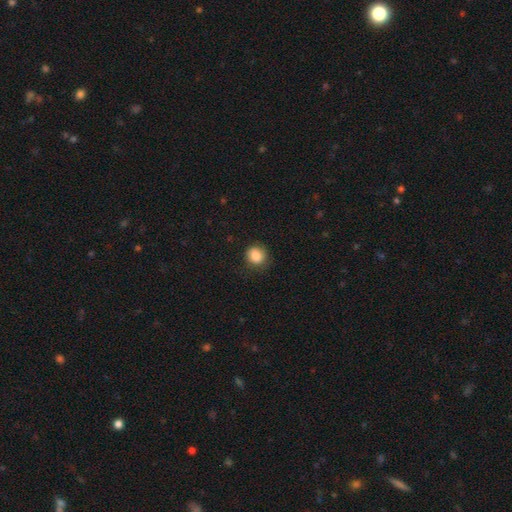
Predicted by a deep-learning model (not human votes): The model was most divided on "how rounded": round: 77%, in between: 22%, cigar-shaped: 1%. More confident: smooth or featured — smooth (87%); merging — none (79%).